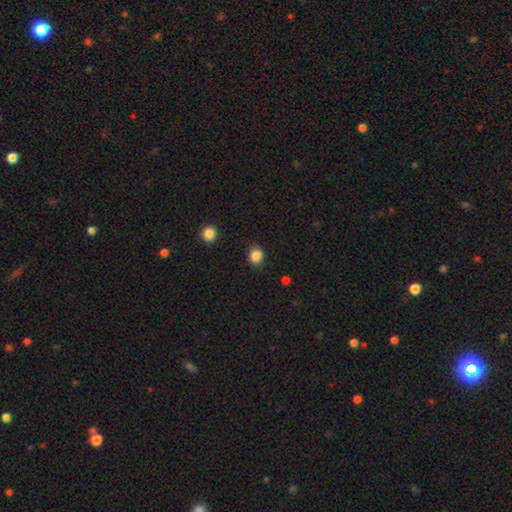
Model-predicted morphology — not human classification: Smooth or featured?
  - smooth: 86% *
  - star or artifact: 10%
  - featured or disk: 3%
How rounded?
  - round: 63% *
  - in between: 36%
  - cigar-shaped: 1%
Merging?
  - none: 82% *
  - minor disturbance: 14%
  - major disturbance: 3%
  - merger: 2%